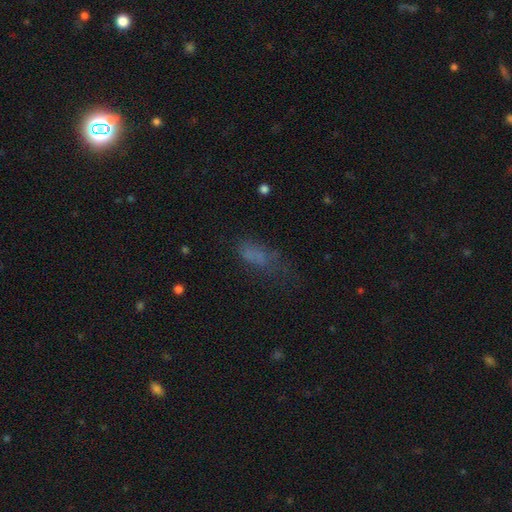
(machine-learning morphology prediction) The model was most divided on "merging": none: 38%, major disturbance: 33%, minor disturbance: 25%, merger: 4%. More confident: how rounded — in between (73%); smooth or featured — smooth (62%).